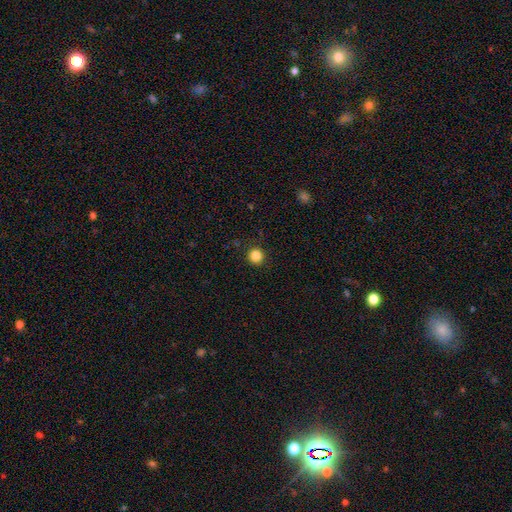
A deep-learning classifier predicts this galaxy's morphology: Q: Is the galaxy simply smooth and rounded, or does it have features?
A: smooth — 85%.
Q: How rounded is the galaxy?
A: round — 95%.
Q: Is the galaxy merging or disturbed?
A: none — 92%.